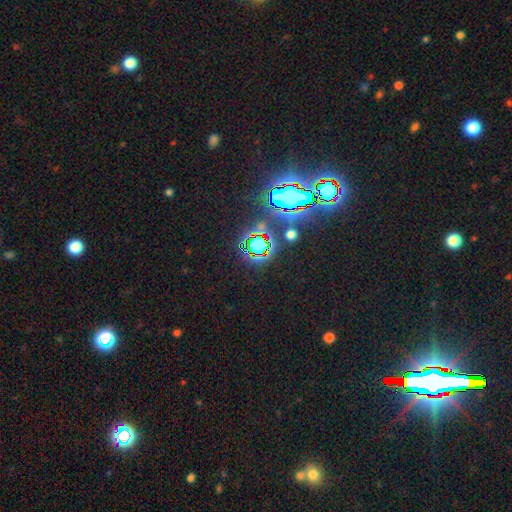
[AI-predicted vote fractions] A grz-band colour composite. It shows a star or artifact, not a galaxy (80%).